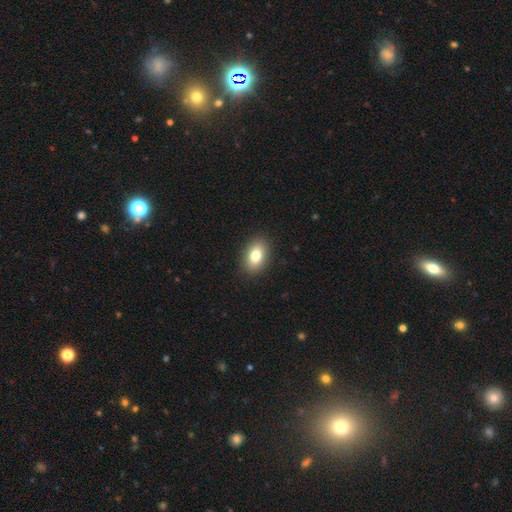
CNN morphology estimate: The model was most divided on "how rounded": in between: 83%, round: 16%, cigar-shaped: 1%. More confident: merging — none (90%); smooth or featured — smooth (80%).